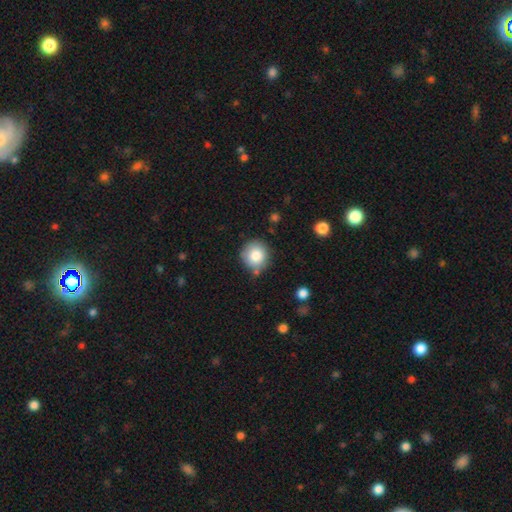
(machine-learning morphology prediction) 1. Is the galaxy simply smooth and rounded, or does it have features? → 82% smooth, 9% star or artifact, 9% featured or disk.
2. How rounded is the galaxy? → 89% round, 10% in between, 1% cigar-shaped.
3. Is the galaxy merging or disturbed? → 78% none, 14% minor disturbance, 5% merger, 3% major disturbance.